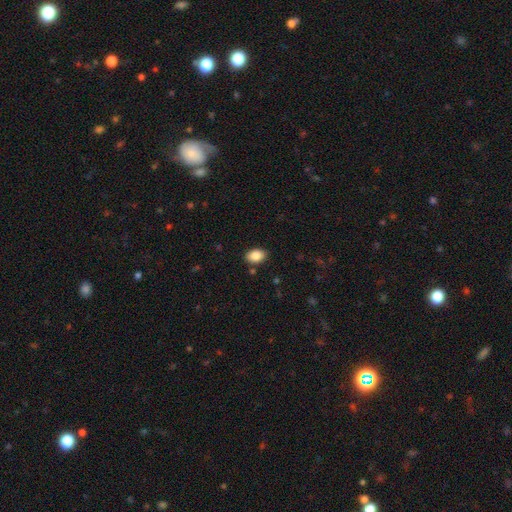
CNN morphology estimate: Smooth or featured: smooth — 87% (star or artifact — 8%)
How rounded: in between — 86% (round — 13%)
Merging: none — 86% (minor disturbance — 10%)